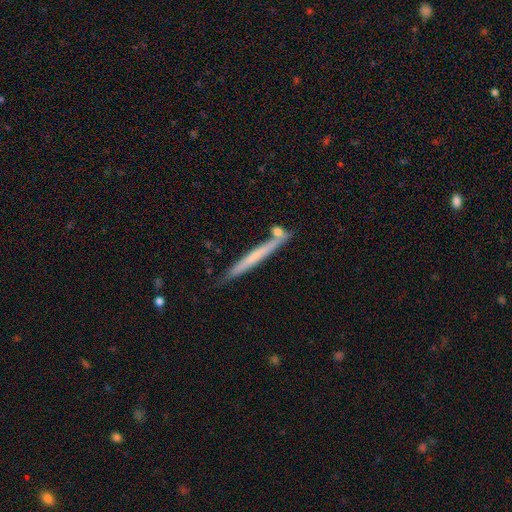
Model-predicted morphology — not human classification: type=smooth (51%); roundness=cigar-shaped (97%); merging=none (76%).